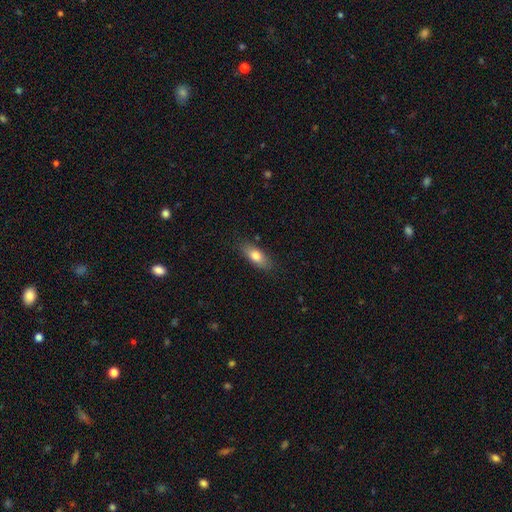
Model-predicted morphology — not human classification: A smooth galaxy with no disk features (75%) that is in between round and cigar-shaped (75%). Merging: none (83%).